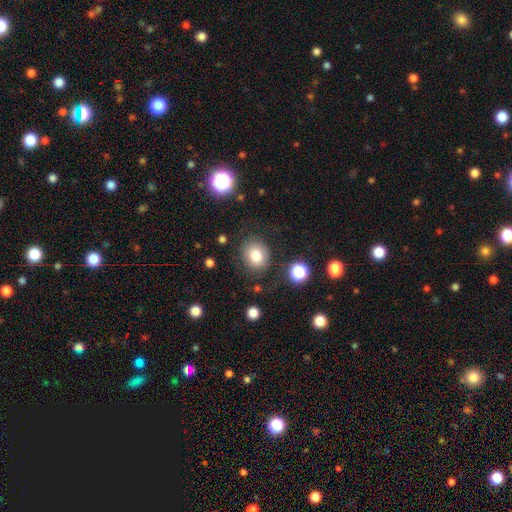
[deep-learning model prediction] A smooth galaxy with no disk features (78%) that is round (72%).

Vote fractions:
- Smooth or featured? smooth: 78% / star or artifact: 12% / featured or disk: 10%
- How rounded? round: 72% / in between: 27% / cigar-shaped: 1%
- Merging? none: 79% / minor disturbance: 13% / major disturbance: 5% / merger: 3%